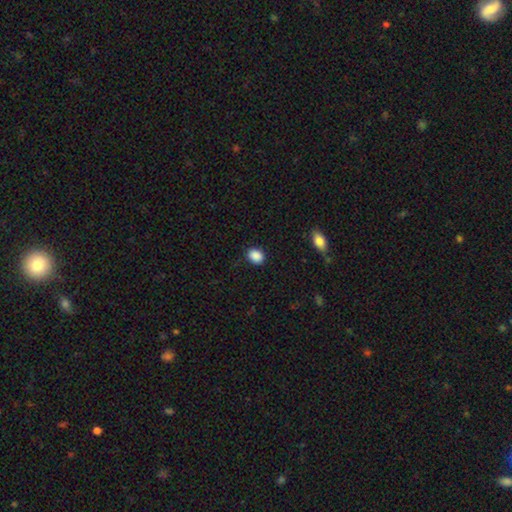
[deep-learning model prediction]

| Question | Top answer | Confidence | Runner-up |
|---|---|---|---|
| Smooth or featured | smooth | 89% | star or artifact (8%) |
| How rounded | in between | 53% | round (46%) |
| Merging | none | 87% | minor disturbance (10%) |